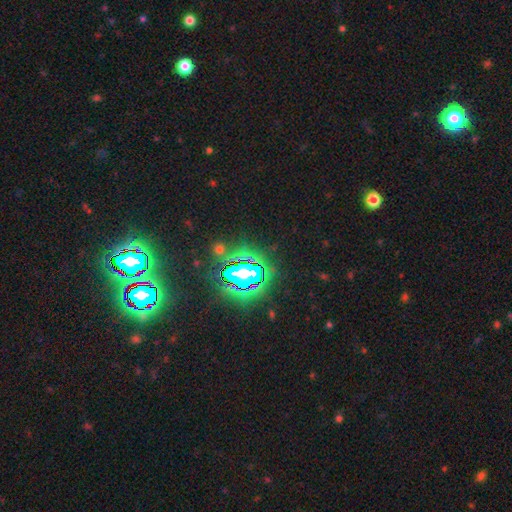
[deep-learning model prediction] Smooth or featured?
  - star or artifact: 84% *
  - smooth: 10%
  - featured or disk: 6%